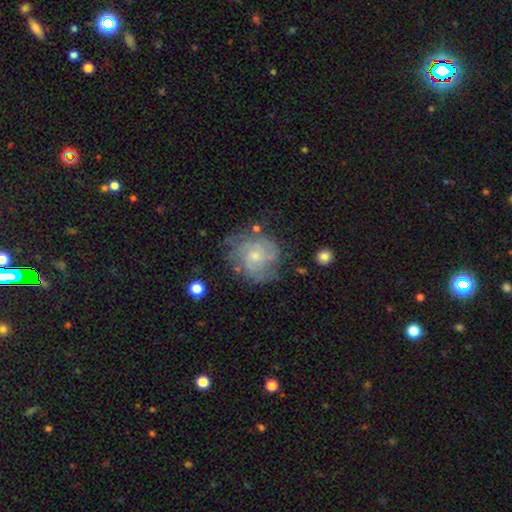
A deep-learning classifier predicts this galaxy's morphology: A featured or disk galaxy (71%) with no bar (74%), tight (54%) spiral arms (87%) and a small central bulge (63%).

Vote fractions:
- Smooth or featured? featured or disk: 71% / smooth: 21% / star or artifact: 7%
- Edge-on disk? no: 98% / yes: 2%
- Bar? no: 74% / weak: 23% / strong: 3%
- Spiral arms? yes: 87% / no: 13%
- Spiral winding? tight: 54% / medium: 34% / loose: 12%
- Spiral arm count? can't tell: 41% / 2: 28% / 3: 16% / 4: 7% / 1: 5% / more than 4: 4%
- Bulge size? small: 63% / moderate: 29% / none: 5% / large: 2% / dominant: 1%
- Merging? none: 60% / minor disturbance: 23% / major disturbance: 13% / merger: 4%